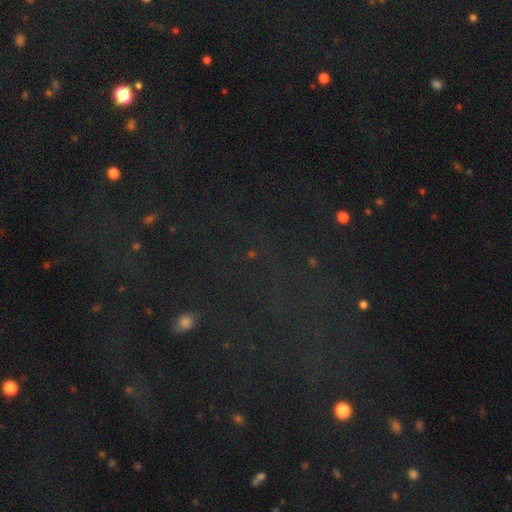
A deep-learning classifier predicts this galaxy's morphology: star or artifact 71%, smooth 18%, featured or disk 11%.